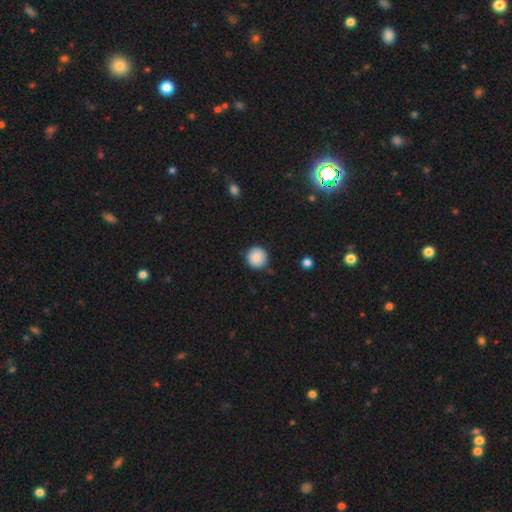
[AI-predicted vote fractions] smooth_or_featured: smooth (p=0.87) [alt: star or artifact p=0.09]
how_rounded: round (p=0.95) [alt: in between p=0.04]
merging: none (p=0.84) [alt: minor disturbance p=0.12]